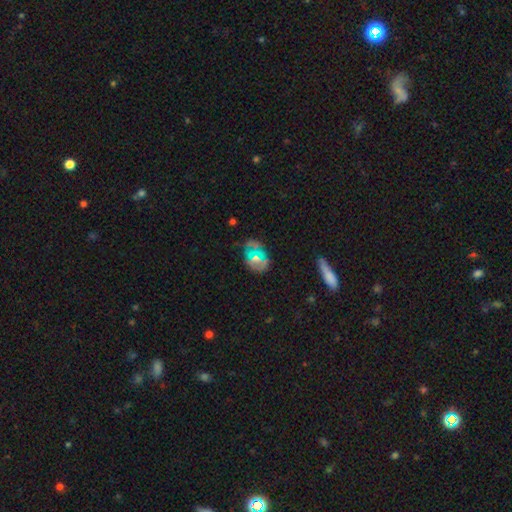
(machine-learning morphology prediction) type=smooth (43%); merging=none (71%).